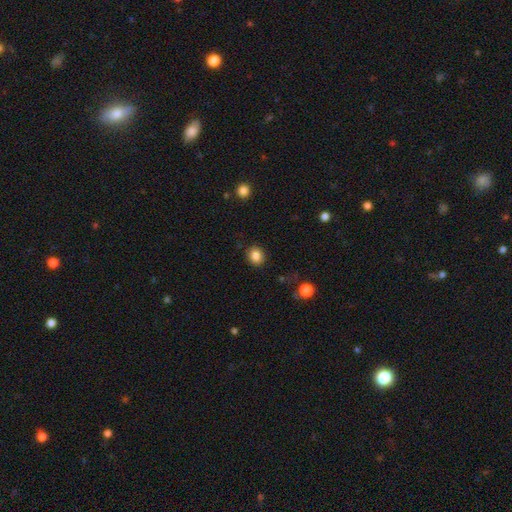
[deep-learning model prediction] Smooth or featured: smooth — 85% (star or artifact — 10%)
How rounded: round — 71% (in between — 28%)
Merging: none — 88% (minor disturbance — 8%)